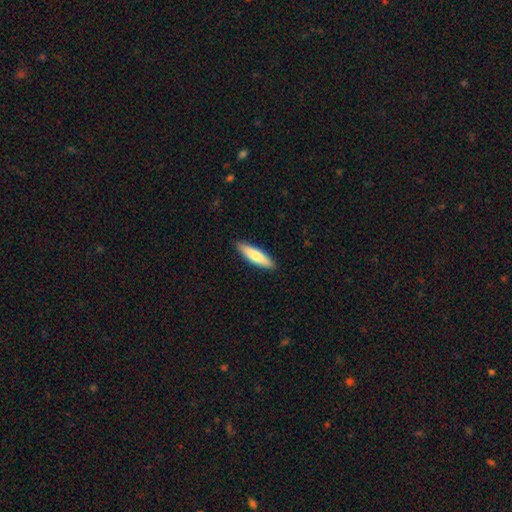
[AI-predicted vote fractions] Morphology: type=smooth (79%); roundness=cigar-shaped (68%); merging=none (89%).